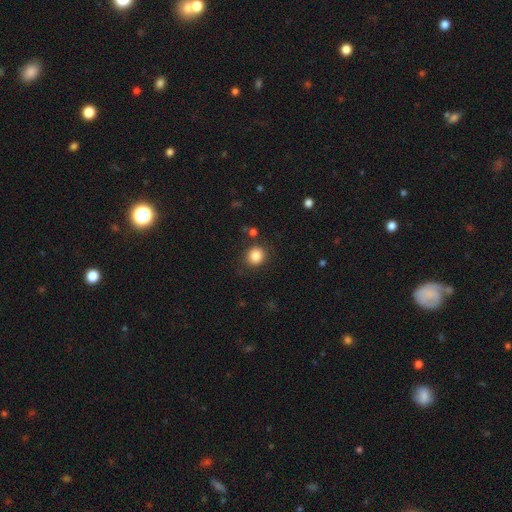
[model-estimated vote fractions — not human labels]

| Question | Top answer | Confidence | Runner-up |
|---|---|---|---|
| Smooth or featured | smooth | 84% | star or artifact (11%) |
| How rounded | round | 85% | in between (14%) |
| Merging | none | 85% | minor disturbance (9%) |